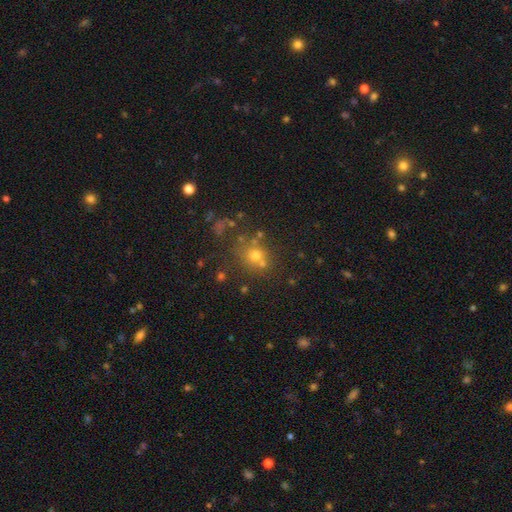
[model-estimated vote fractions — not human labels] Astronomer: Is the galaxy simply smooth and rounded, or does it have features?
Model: smooth — 61%.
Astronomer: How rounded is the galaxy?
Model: round — 82%.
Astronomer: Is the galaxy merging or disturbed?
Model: none — 62%.